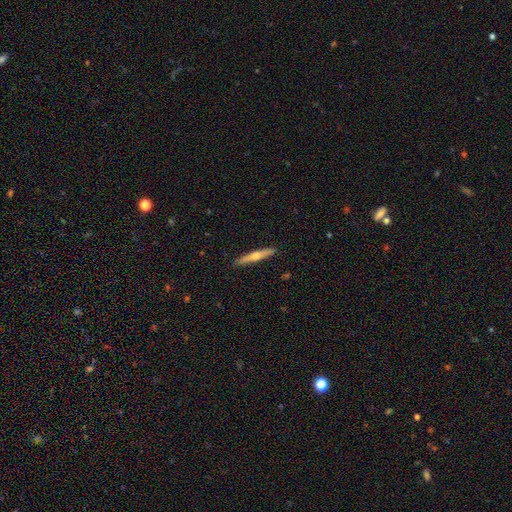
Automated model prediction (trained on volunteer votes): smooth_or_featured: featured or disk (p=0.64) [alt: smooth p=0.31]
disk_edge_on: yes (p=0.97) [alt: no p=0.03]
edge_on_bulge: rounded (p=0.89) [alt: none p=0.08]
merging: none (p=0.91) [alt: minor disturbance p=0.07]